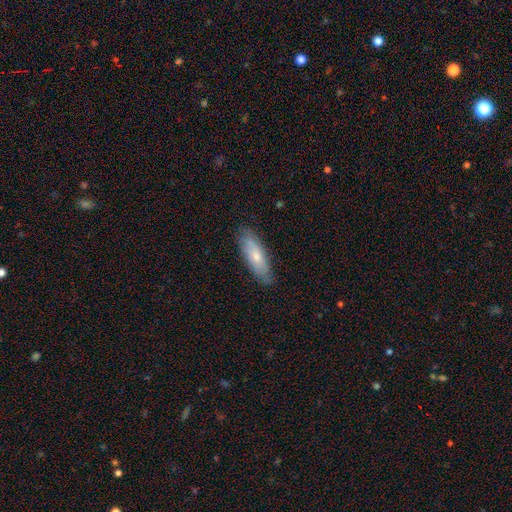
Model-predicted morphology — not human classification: Overall: smooth (66%; featured or disk 28%). How rounded: in between (55%; cigar-shaped 44%). Merging: none (82%).